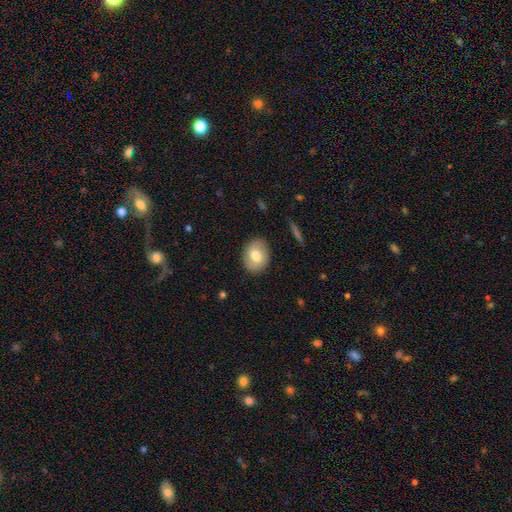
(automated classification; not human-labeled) smooth-or-featured: smooth: 72% | featured or disk: 21% | star or artifact: 7%
  how-rounded: in between: 58% | round: 41% | cigar-shaped: 1%
  merging: none: 87% | minor disturbance: 9% | major disturbance: 2% | merger: 1%